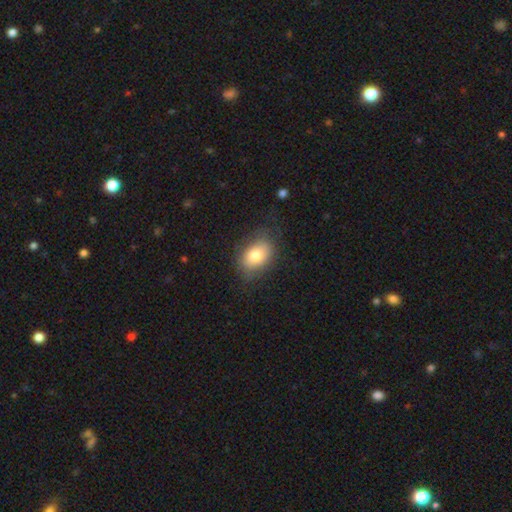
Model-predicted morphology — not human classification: This appears to be a smooth galaxy with no disk features (77%) that is in between round and cigar-shaped (76%). Merging: none (74%).